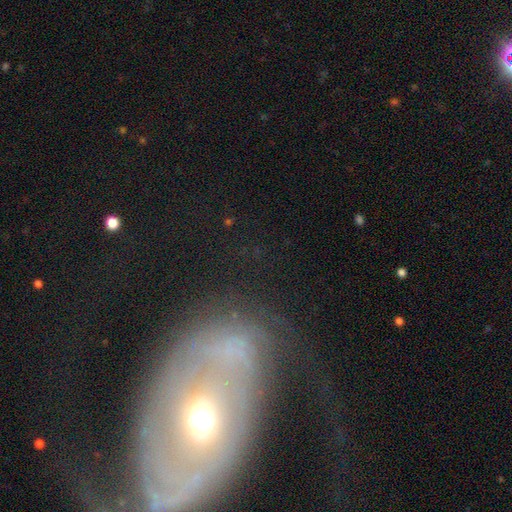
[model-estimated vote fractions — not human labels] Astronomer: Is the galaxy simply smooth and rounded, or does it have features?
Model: featured or disk — 52%.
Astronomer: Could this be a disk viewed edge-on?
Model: no — 90%.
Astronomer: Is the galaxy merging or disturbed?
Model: none — 47% (runner-up: major disturbance, 28%).